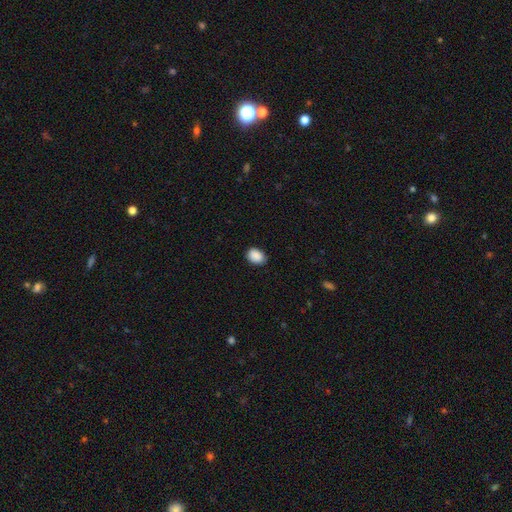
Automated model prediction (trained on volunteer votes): This appears to be a smooth galaxy with no disk features (90%) that is in between round and cigar-shaped (74%). Merging: none (84%).